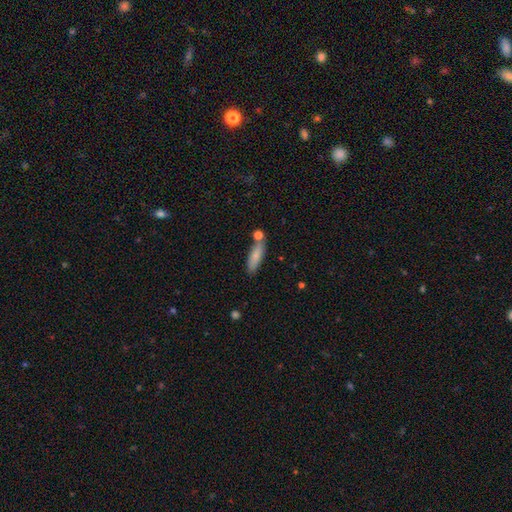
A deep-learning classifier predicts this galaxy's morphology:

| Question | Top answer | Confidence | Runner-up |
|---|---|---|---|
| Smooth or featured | smooth | 79% | featured or disk (14%) |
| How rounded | cigar-shaped | 59% | in between (39%) |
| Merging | none | 70% | minor disturbance (14%) |